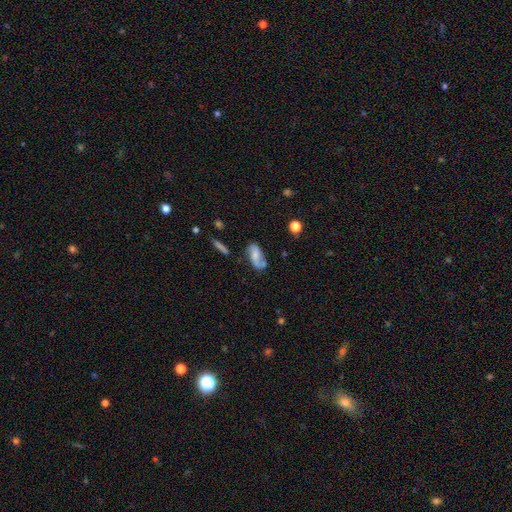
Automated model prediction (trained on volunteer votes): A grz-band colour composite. It shows a featured or disk galaxy (55%) with no bar (55%), spiral arms (87%) and a small central bulge (35%). Merging: none (56%).